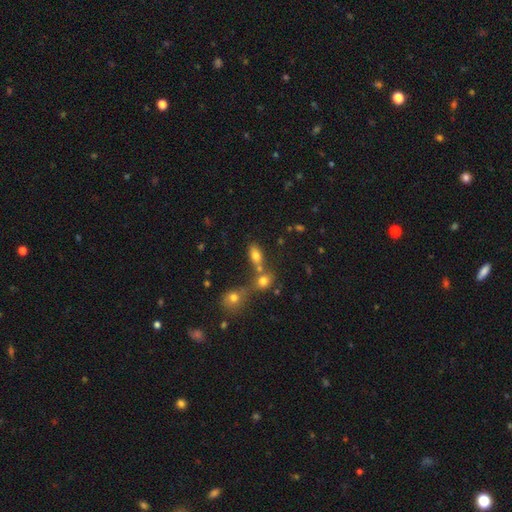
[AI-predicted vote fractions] Smooth or featured? smooth (76%)
How rounded? in between (82%)
Merging? none (49%)